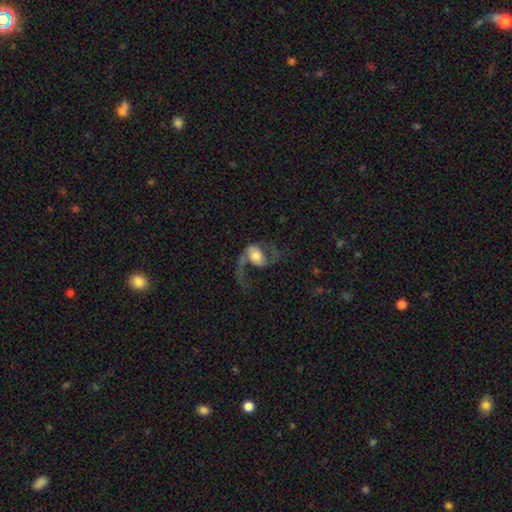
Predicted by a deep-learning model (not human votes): A featured or disk galaxy (73%) with no bar (52%), 2 (77%) loose (72%) spiral arms (90%) and a moderate central bulge (49%). Merging: none (42%).